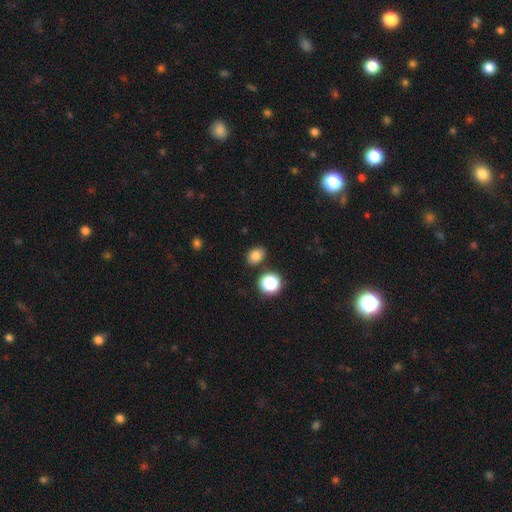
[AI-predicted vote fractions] Smooth or featured? Predicted: smooth (p=0.80). How rounded? Predicted: in between (p=0.64). Merging? Predicted: none (p=0.82).